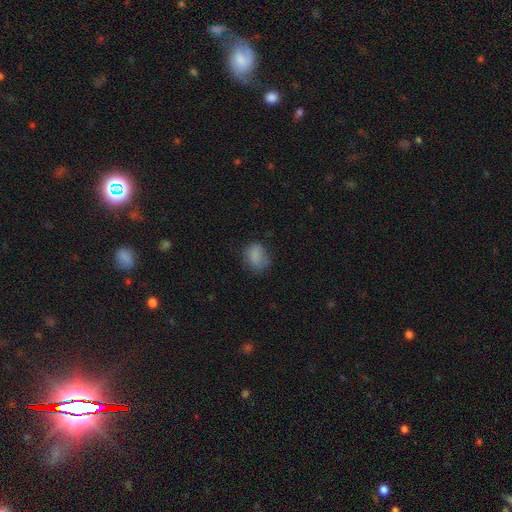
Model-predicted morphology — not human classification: A smooth galaxy with no disk features (80%) that is in between round and cigar-shaped (59%). Merging: none (60%).